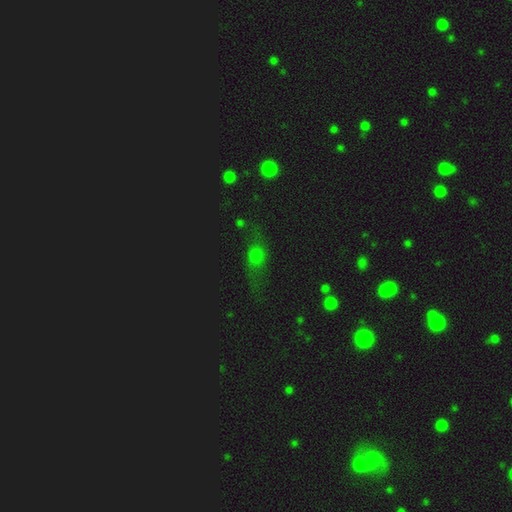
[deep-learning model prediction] Overall: smooth (55%; star or artifact 23%). How rounded: in between (55%; round 32%). Merging: none (57%; minor disturbance 22%).